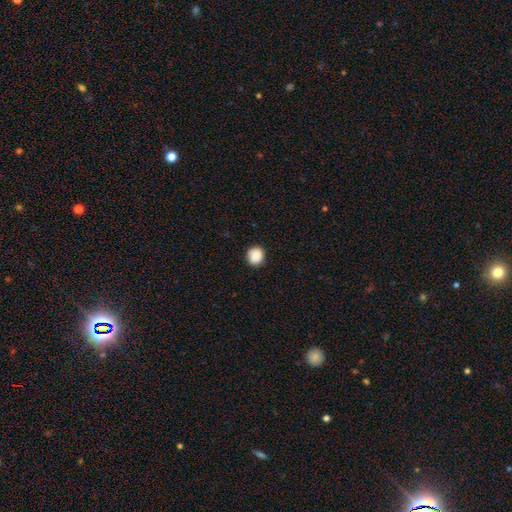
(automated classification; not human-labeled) This appears to be a smooth galaxy with no disk features (87%) that is round (85%). Merging: none (87%).